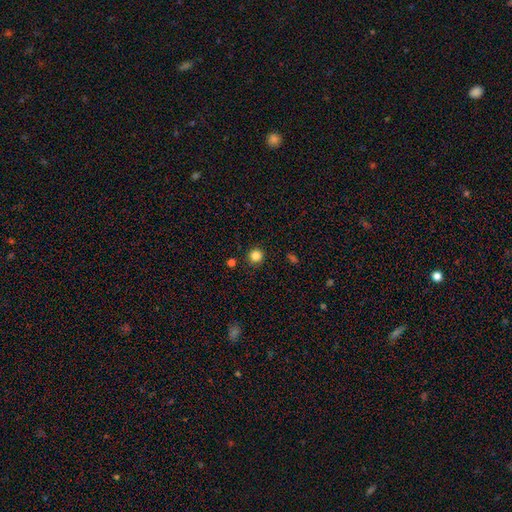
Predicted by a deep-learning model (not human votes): A smooth galaxy with no disk features (84%) that is round (92%). Merging: none (90%).